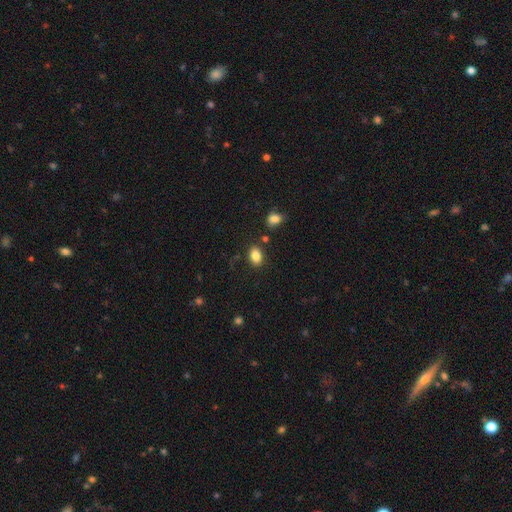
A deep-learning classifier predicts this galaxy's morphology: smooth-or-featured: smooth: 85% | star or artifact: 9% | featured or disk: 6%
  how-rounded: in between: 83% | round: 15% | cigar-shaped: 1%
  merging: none: 80% | minor disturbance: 12% | merger: 5% | major disturbance: 3%